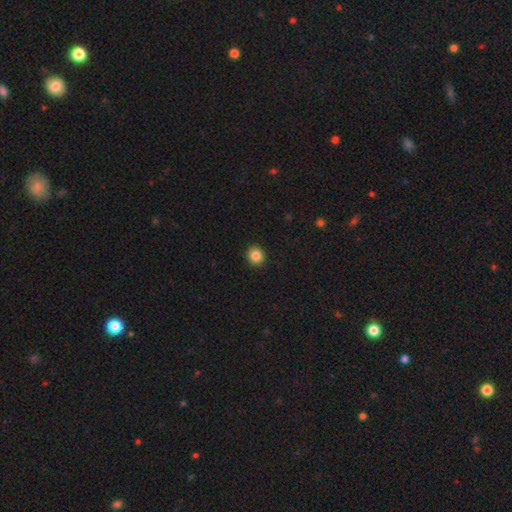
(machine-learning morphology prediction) A smooth galaxy with no disk features (85%) that is round (85%).

Vote fractions:
- Smooth or featured? smooth: 85% / star or artifact: 10% / featured or disk: 5%
- How rounded? round: 85% / in between: 14% / cigar-shaped: 1%
- Merging? none: 92% / minor disturbance: 5% / major disturbance: 2% / merger: 1%